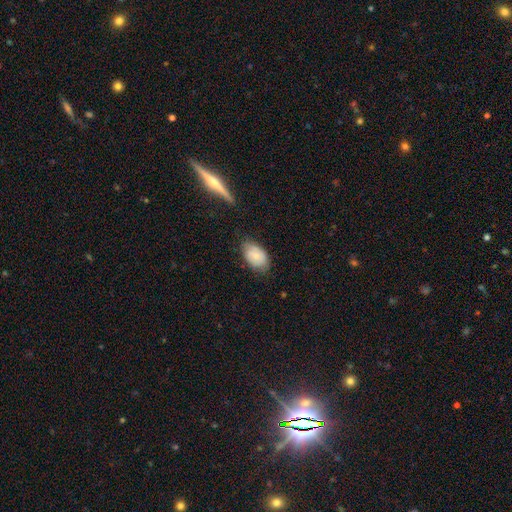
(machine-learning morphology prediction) smooth 66%, featured or disk 26%, star or artifact 8%. Down the decision tree: how rounded — in between (90%); merging — none (69%).